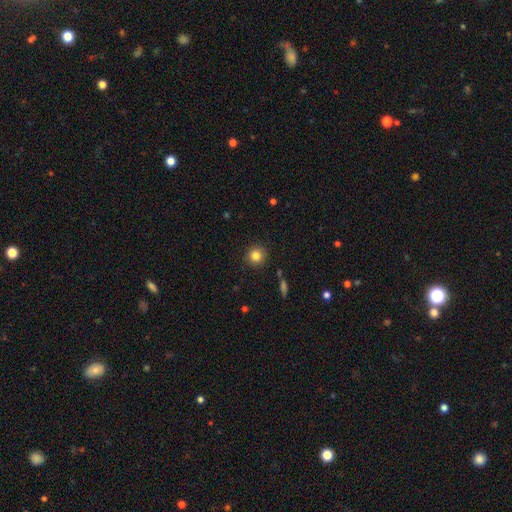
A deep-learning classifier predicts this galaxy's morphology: smooth_or_featured: smooth (p=0.82) [alt: star or artifact p=0.11]
how_rounded: round (p=0.93) [alt: in between p=0.06]
merging: none (p=0.90) [alt: minor disturbance p=0.06]